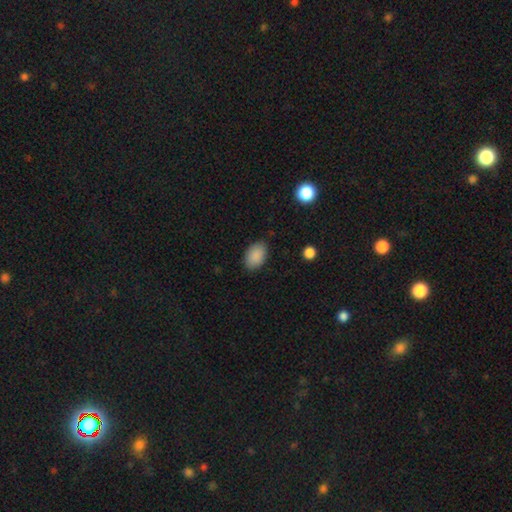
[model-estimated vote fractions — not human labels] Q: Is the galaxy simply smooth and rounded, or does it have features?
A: smooth — 89%.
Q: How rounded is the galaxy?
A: in between — 88%.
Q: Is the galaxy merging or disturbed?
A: none — 82%.